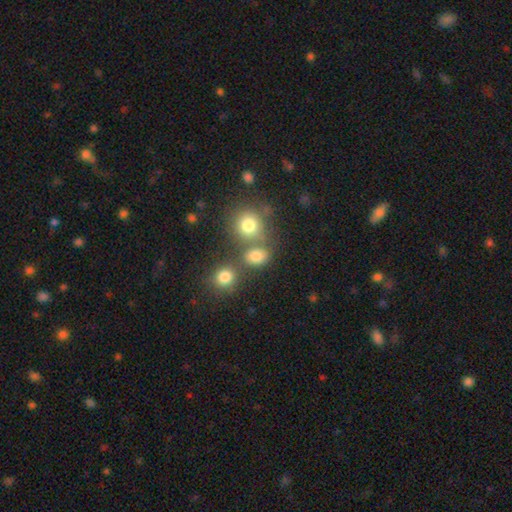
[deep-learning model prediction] Smooth or featured? Predicted: smooth (p=0.76). How rounded? Predicted: round (p=0.60). Merging? Predicted: none (p=0.55).